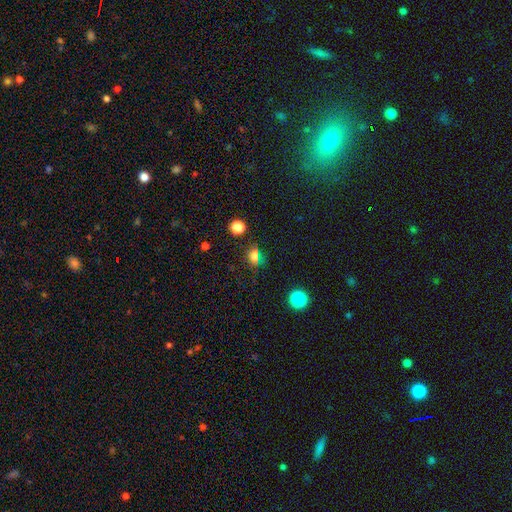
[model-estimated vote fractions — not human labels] smooth 65%, star or artifact 27%, featured or disk 7%. Down the decision tree: how rounded — round (59%); merging — none (77%).